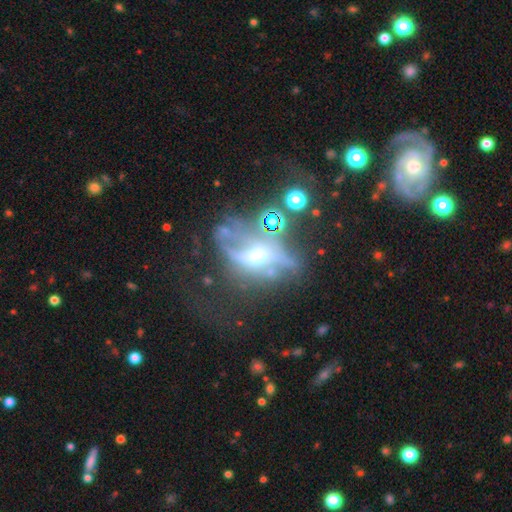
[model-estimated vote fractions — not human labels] This is likely a featured or disk galaxy (68%). It is likely not viewed edge-on (67%). Merging: marginally none (39%).